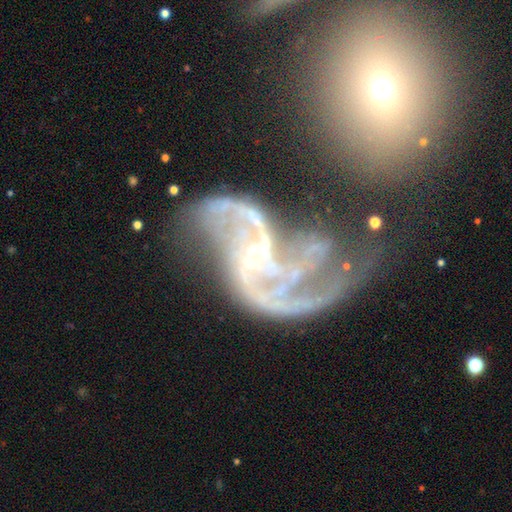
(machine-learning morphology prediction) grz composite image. It shows a featured or disk galaxy (88%) with a weak bar (40%), 2 (57%) loose (67%) spiral arms (94%) and a small central bulge (69%). Merging: major disturbance (36%).